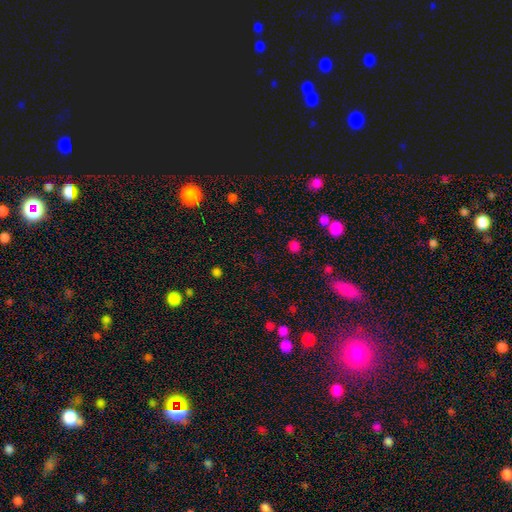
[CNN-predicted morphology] A star or artifact, not a galaxy (56%).